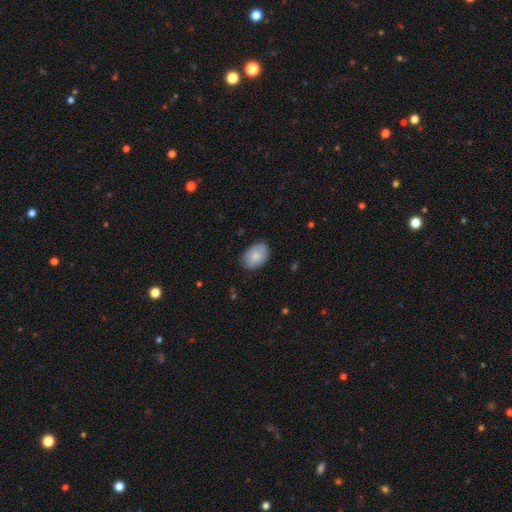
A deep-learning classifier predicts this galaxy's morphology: A smooth galaxy with no disk features (84%) that is in between round and cigar-shaped (84%).

Vote fractions:
- Smooth or featured? smooth: 84% / featured or disk: 10% / star or artifact: 6%
- How rounded? in between: 84% / round: 15% / cigar-shaped: 1%
- Merging? none: 84% / minor disturbance: 13% / major disturbance: 2% / merger: 1%